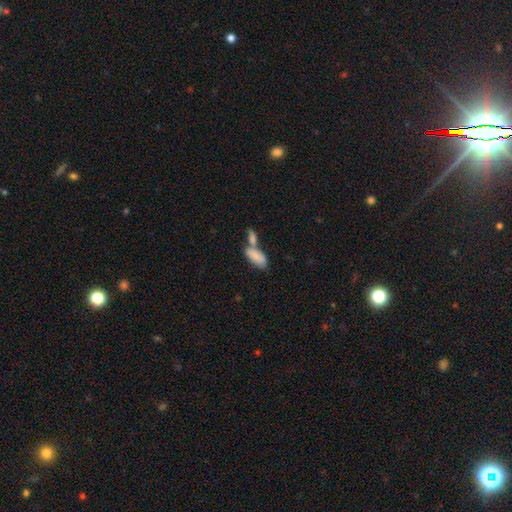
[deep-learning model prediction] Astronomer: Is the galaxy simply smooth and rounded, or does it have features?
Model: smooth — 84%.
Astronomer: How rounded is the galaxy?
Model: in between — 85%.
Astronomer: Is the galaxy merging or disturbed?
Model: merger — 55%.